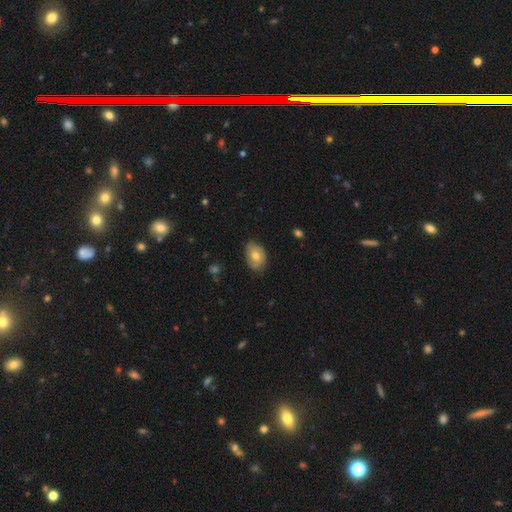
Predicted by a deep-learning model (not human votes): Morphology: type=smooth (63%); roundness=in between (81%); merging=none (70%).